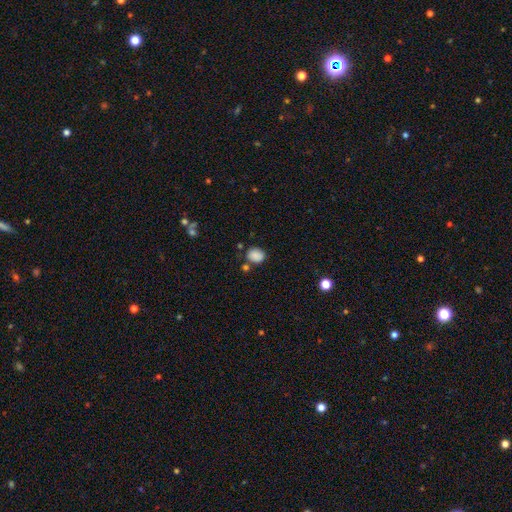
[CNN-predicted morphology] Overall: smooth (86%). How rounded: round (60%; in between 39%). Merging: none (71%).